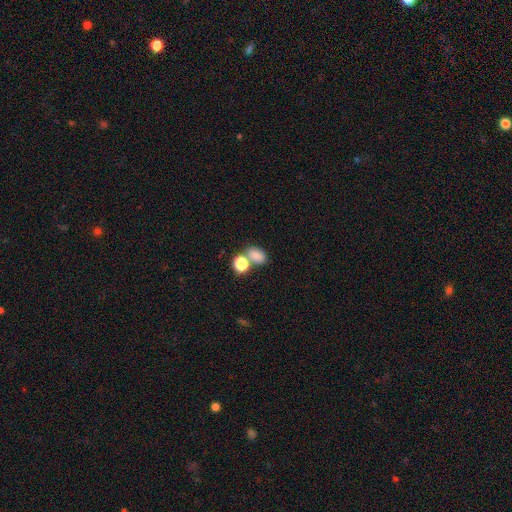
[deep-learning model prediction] Smooth or featured? Predicted: smooth (p=0.81). How rounded? Predicted: in between (p=0.74). Merging? Predicted: none (p=0.49).